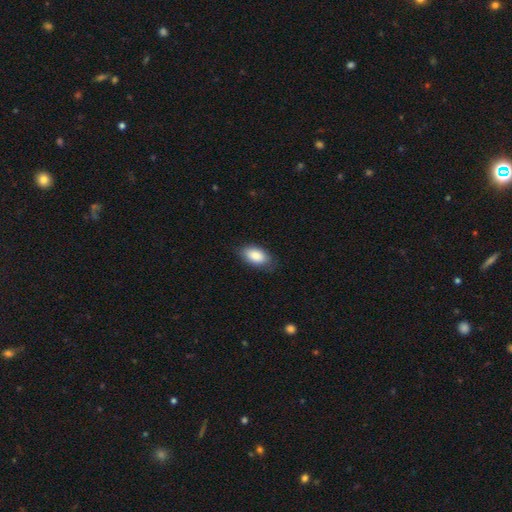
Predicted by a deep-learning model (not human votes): A smooth galaxy with no disk features (86%) that is in between round and cigar-shaped (93%). Merging: none (79%).